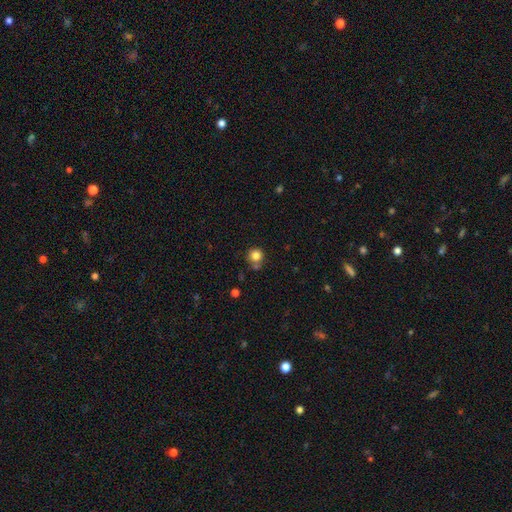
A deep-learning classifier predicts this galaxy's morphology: Smooth or featured? smooth (82%)
How rounded? round (93%)
Merging? none (69%)